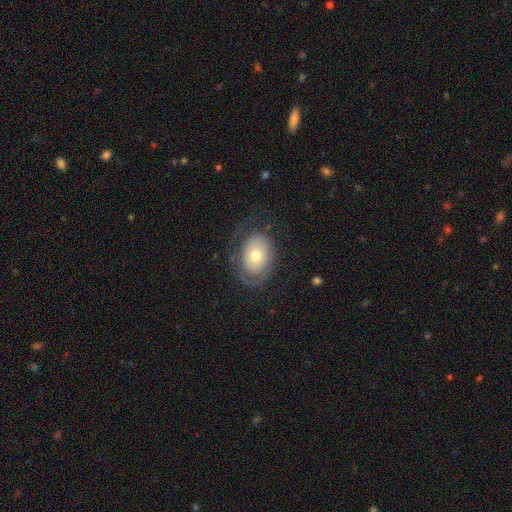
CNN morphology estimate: This is possibly a smooth galaxy (48%). Merging: likely none (62%).